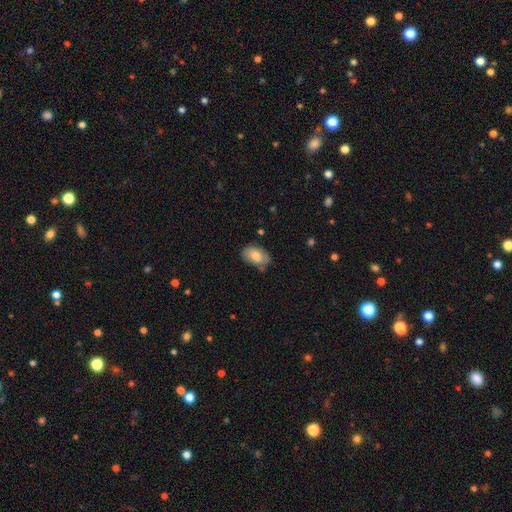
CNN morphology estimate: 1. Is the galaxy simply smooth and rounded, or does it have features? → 76% smooth, 17% featured or disk, 7% star or artifact.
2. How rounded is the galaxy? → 90% in between, 9% round, 1% cigar-shaped.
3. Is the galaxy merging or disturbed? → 70% none, 22% minor disturbance, 4% major disturbance, 4% merger.